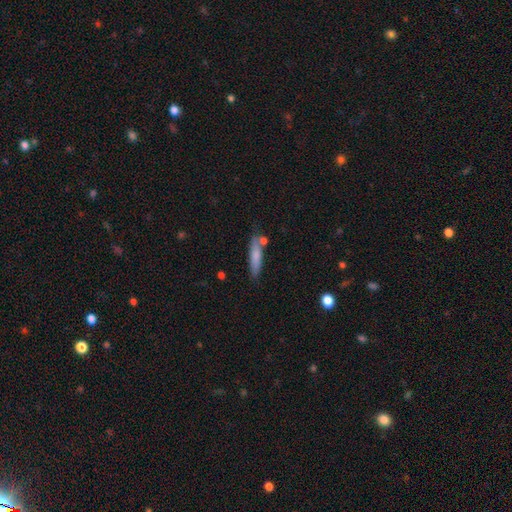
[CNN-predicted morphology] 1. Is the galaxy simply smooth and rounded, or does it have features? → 75% smooth, 19% featured or disk, 6% star or artifact.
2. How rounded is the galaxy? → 80% cigar-shaped, 18% in between, 2% round.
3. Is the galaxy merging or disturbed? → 70% none, 16% minor disturbance, 10% merger, 4% major disturbance.